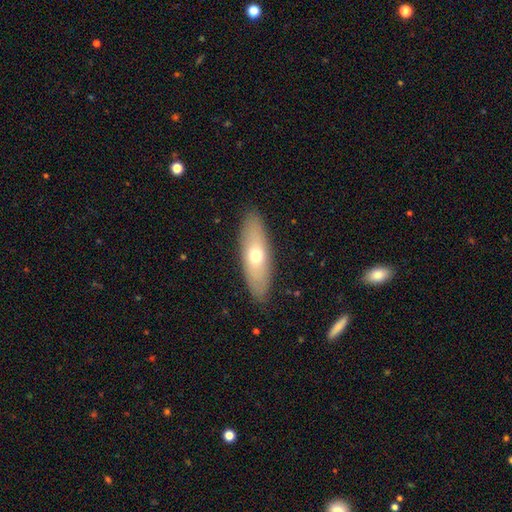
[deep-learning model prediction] Morphology: type=smooth (53%); roundness=in between (50%); merging=none (88%).